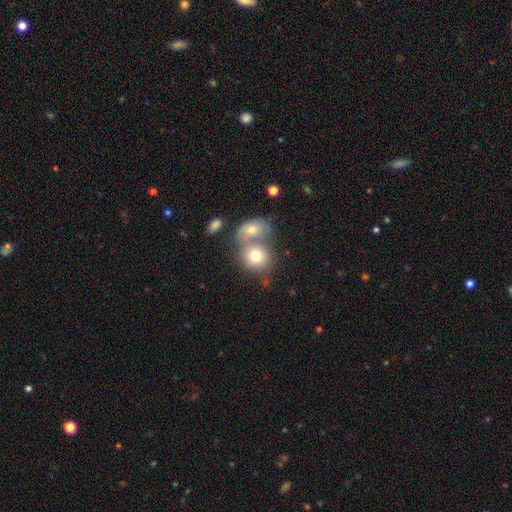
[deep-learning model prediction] This is possibly a smooth galaxy (56%). How rounded: likely round (70%). Merging: possibly merger (58%).